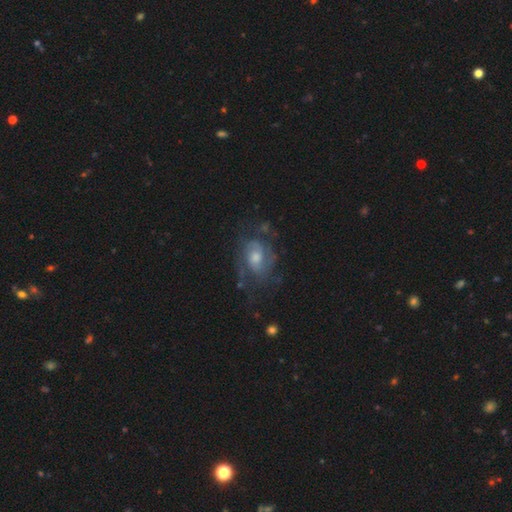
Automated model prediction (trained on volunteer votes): This appears to be a featured or disk galaxy (74%) with no bar (62%), 2 (45%) medium (43%) spiral arms (85%) and a moderate central bulge (58%). Merging: none (61%).